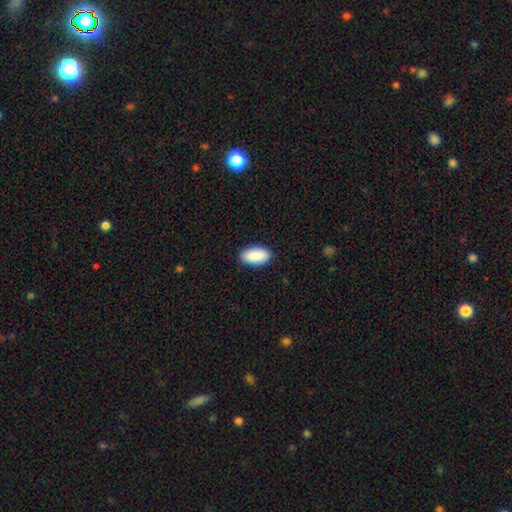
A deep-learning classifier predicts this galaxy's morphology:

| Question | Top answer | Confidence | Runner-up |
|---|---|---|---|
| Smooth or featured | smooth | 91% | star or artifact (6%) |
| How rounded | in between | 94% | cigar-shaped (4%) |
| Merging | none | 88% | minor disturbance (9%) |